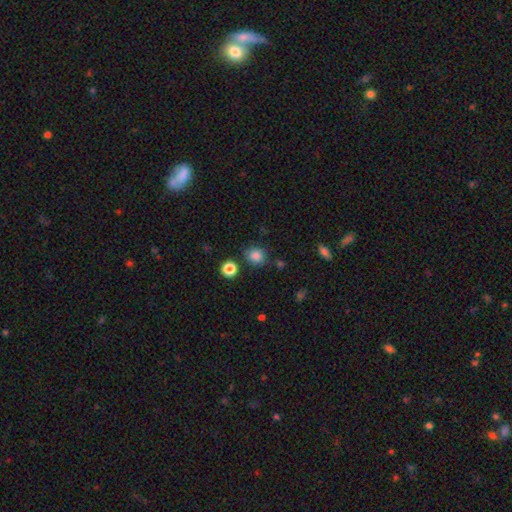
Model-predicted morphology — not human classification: This is clearly a smooth galaxy (84%). How rounded: clearly round (86%). Merging: clearly none (80%).